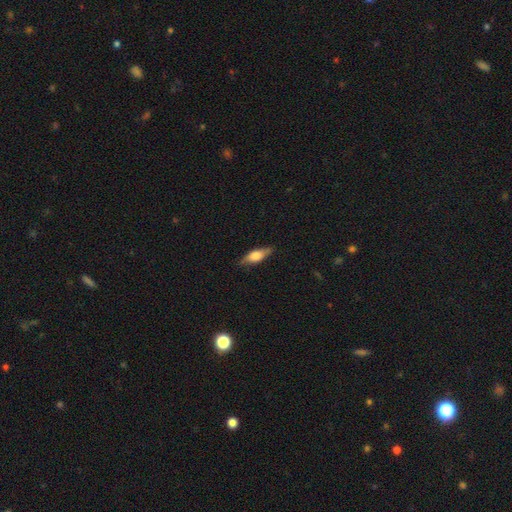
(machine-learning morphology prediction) This is likely a smooth galaxy (61%). How rounded: likely in between (66%). Merging: likely none (80%).